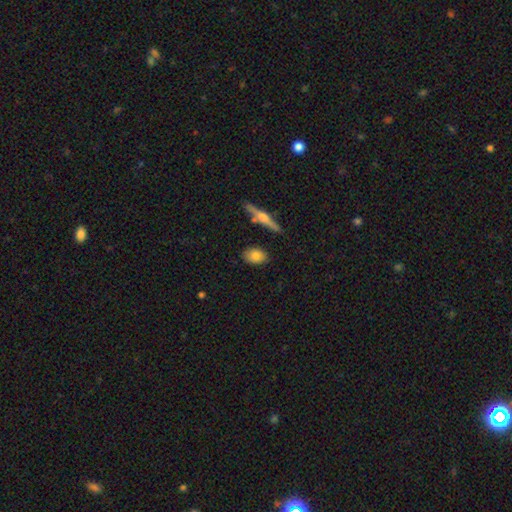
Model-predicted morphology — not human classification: Smooth or featured? smooth (77%)
How rounded? in between (80%)
Merging? none (82%)